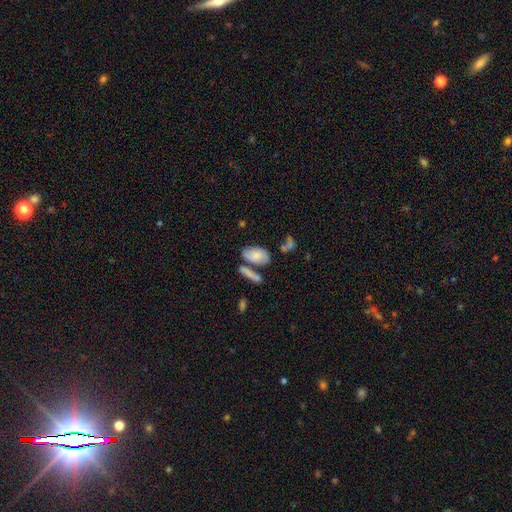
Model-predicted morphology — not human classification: This is likely a smooth galaxy (73%). How rounded: clearly in between (90%). Merging: possibly none (51%).